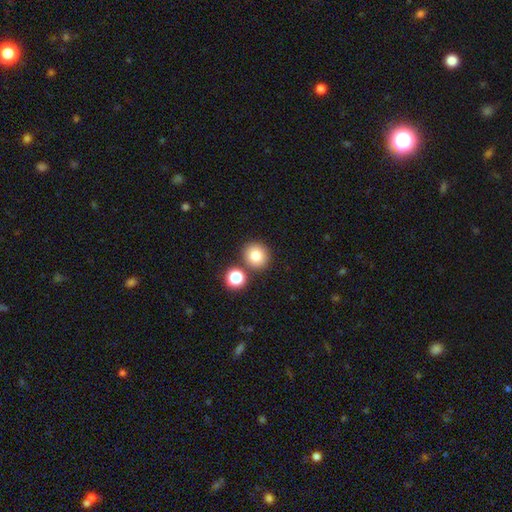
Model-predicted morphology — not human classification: This is likely a smooth galaxy (80%). How rounded: clearly round (88%). Merging: likely none (79%).